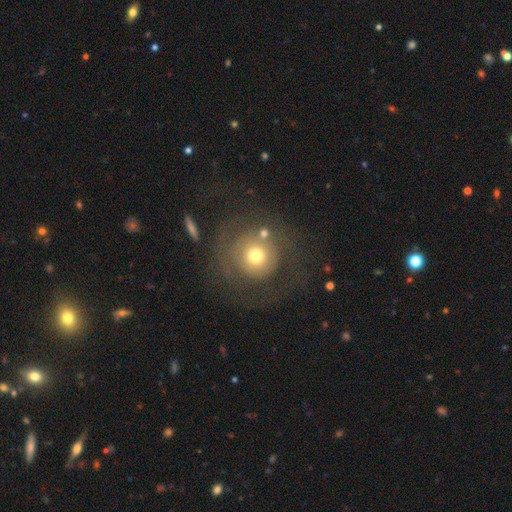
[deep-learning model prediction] Morphology: type=smooth (55%); roundness=round (92%); merging=none (58%).